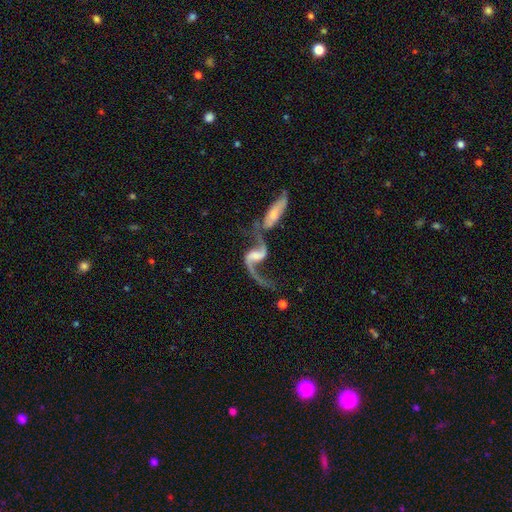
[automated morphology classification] The model was most divided on "bulge size": none: 35%, small: 25%, moderate: 24%, large: 13%, dominant: 3%. Remaining: spiral arms — yes (95%); edge-on disk — no (94%); spiral winding — loose (89%); spiral arm count — 2 (89%); smooth or featured — featured or disk (88%); bar — weak (45%); merging — merger (43%).